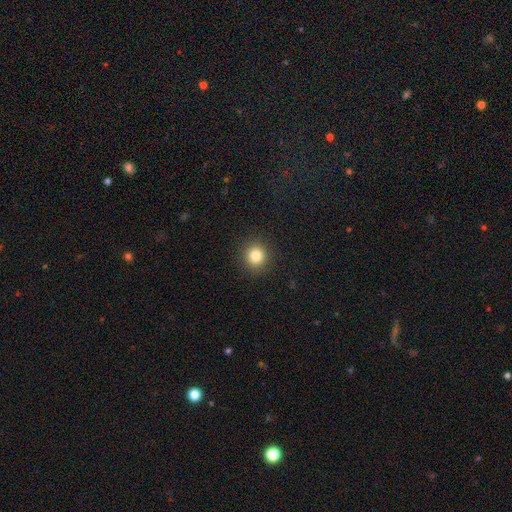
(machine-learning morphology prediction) Smooth or featured: smooth — 82% (star or artifact — 12%)
How rounded: round — 92% (in between — 7%)
Merging: none — 91% (minor disturbance — 6%)